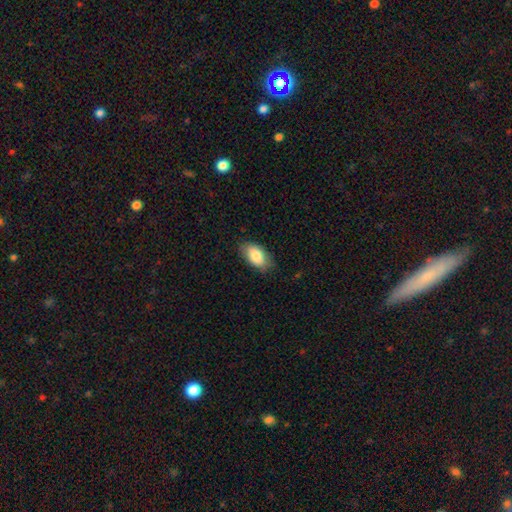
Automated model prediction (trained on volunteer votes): Q: Smooth or featured?
A: smooth (82%); runner-up: featured or disk (11%)
Q: How rounded?
A: in between (93%); runner-up: round (4%)
Q: Merging?
A: none (80%); runner-up: minor disturbance (16%)